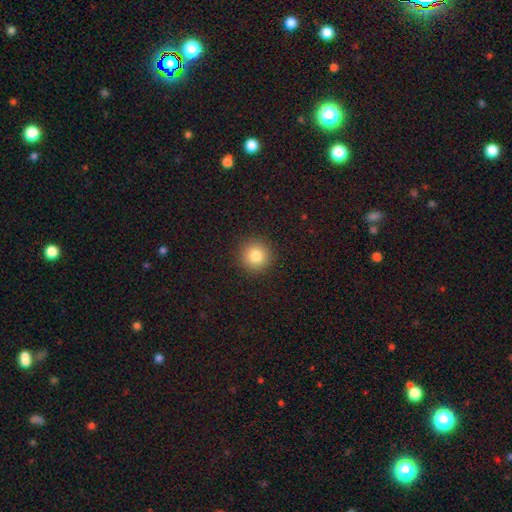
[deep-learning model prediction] This is clearly a smooth galaxy (83%). How rounded: clearly round (95%). Merging: clearly none (92%).